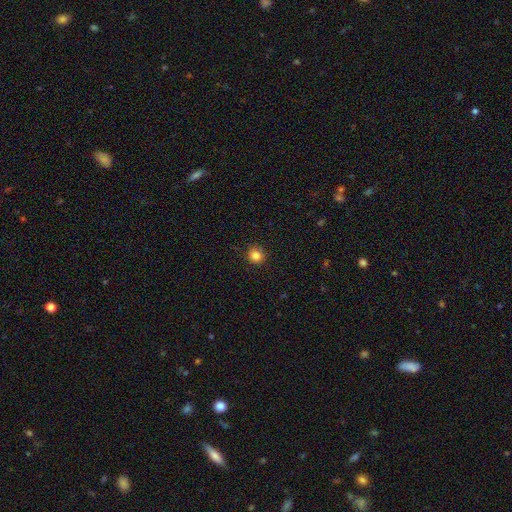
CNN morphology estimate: smooth_or_featured: smooth (p=0.84) [alt: star or artifact p=0.11]
how_rounded: round (p=0.91) [alt: in between p=0.08]
merging: none (p=0.91) [alt: minor disturbance p=0.06]